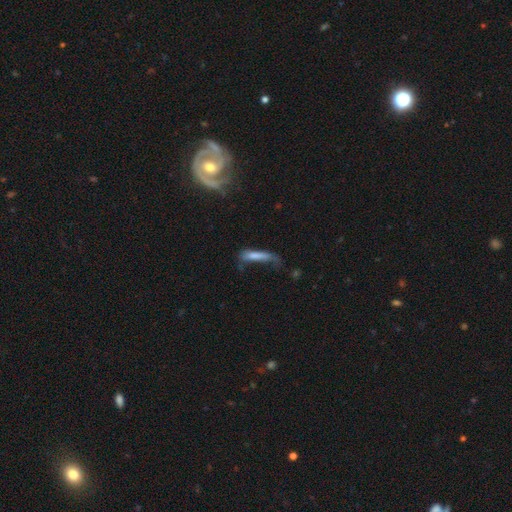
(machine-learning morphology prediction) This is likely a smooth galaxy (69%). How rounded: clearly cigar-shaped (81%). Merging: marginally major disturbance (36%).